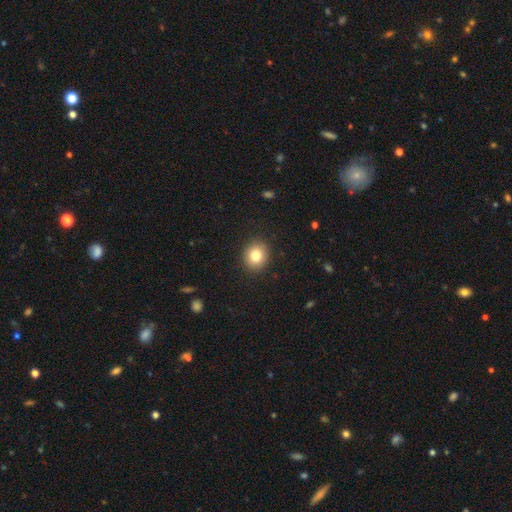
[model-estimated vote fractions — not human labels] Q: Smooth or featured?
A: smooth (81%); runner-up: star or artifact (10%)
Q: How rounded?
A: round (76%); runner-up: in between (24%)
Q: Merging?
A: none (91%); runner-up: minor disturbance (6%)